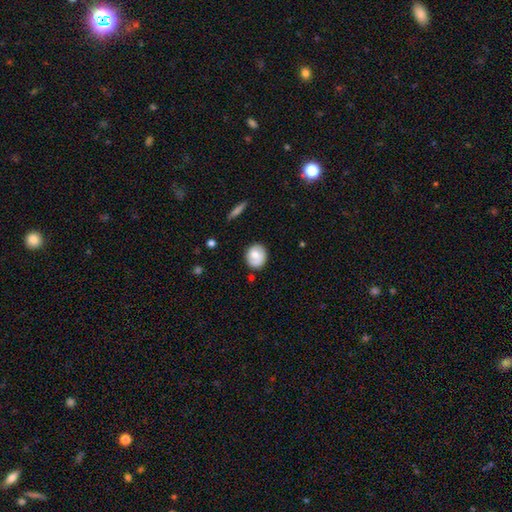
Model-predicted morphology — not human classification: type=smooth (69%); roundness=round (73%); merging=none (77%).